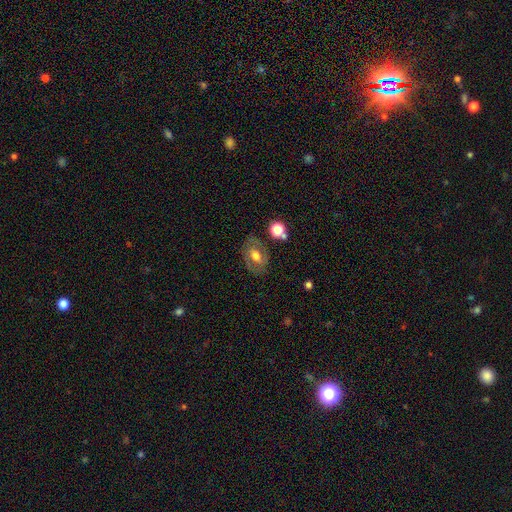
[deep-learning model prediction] This is possibly a smooth galaxy (46%). Merging: likely none (74%).